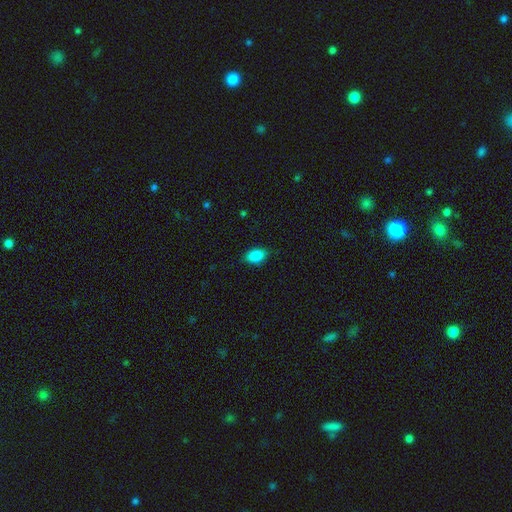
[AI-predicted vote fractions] smooth-or-featured: smooth: 88% | star or artifact: 8% | featured or disk: 5%
  how-rounded: in between: 89% | round: 8% | cigar-shaped: 2%
  merging: none: 85% | minor disturbance: 11% | major disturbance: 2% | merger: 1%